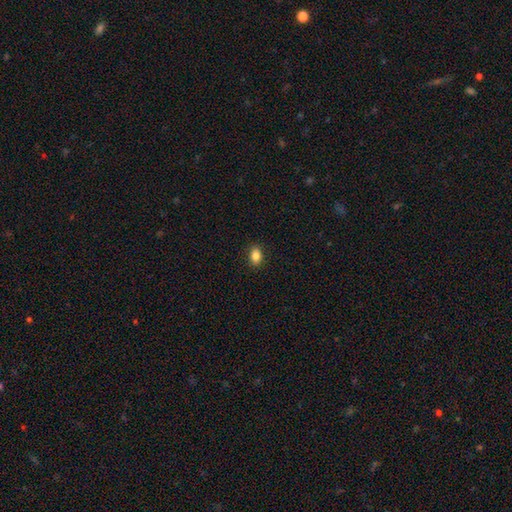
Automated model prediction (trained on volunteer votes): This is clearly a smooth galaxy (86%). How rounded: likely in between (80%). Merging: clearly none (89%).